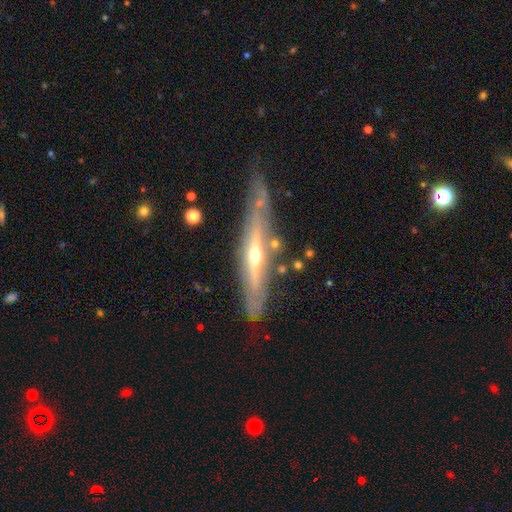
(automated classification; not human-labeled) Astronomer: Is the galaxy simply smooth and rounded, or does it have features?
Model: featured or disk — 78%.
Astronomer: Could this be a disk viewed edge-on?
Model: yes — 84%.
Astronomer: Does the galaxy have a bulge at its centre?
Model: rounded — 80%.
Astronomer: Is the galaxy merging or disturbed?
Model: none — 72%.